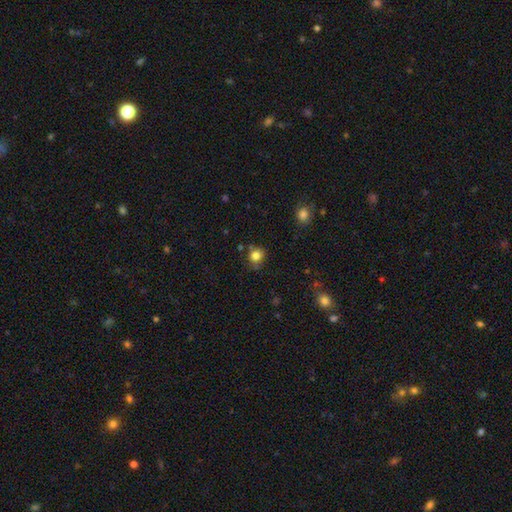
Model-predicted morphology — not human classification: smooth-or-featured: smooth: 82% | star or artifact: 12% | featured or disk: 6%
  how-rounded: round: 78% | in between: 21% | cigar-shaped: 1%
  merging: none: 70% | minor disturbance: 20% | merger: 5% | major disturbance: 5%